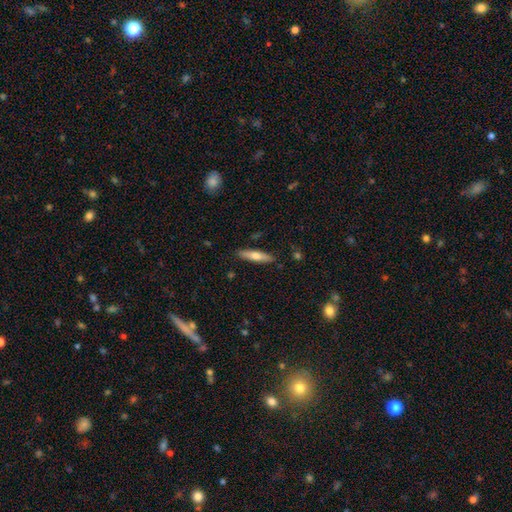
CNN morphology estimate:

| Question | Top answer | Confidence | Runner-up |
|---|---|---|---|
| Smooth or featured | smooth | 63% | featured or disk (32%) |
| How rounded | cigar-shaped | 75% | in between (23%) |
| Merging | none | 88% | minor disturbance (9%) |